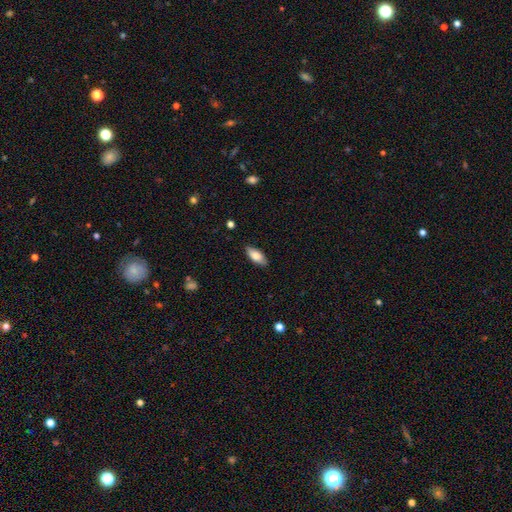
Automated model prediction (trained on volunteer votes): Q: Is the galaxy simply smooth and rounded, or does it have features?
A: smooth — 78%.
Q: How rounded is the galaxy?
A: in between — 83%.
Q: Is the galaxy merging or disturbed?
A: none — 86%.